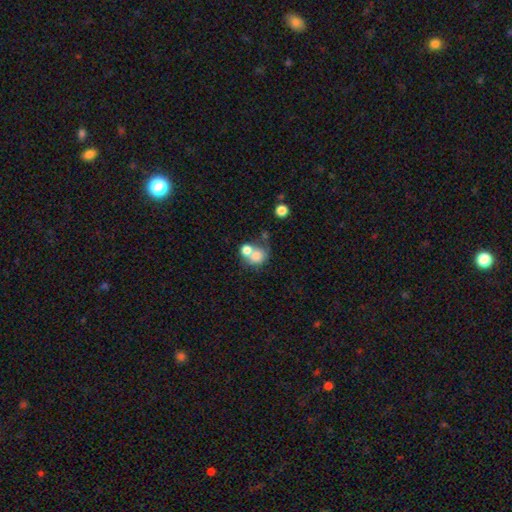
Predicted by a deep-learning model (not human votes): Smooth or featured? smooth (74%)
How rounded? round (73%)
Merging? merger (56%)